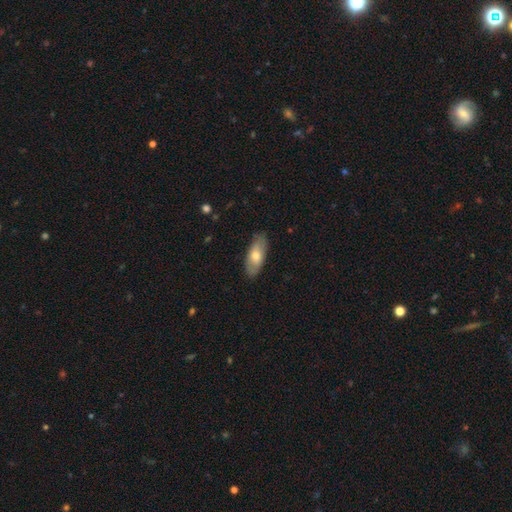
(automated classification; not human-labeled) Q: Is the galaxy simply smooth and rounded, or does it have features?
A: smooth — 65%.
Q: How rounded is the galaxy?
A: in between — 84%.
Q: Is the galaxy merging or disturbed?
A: none — 83%.